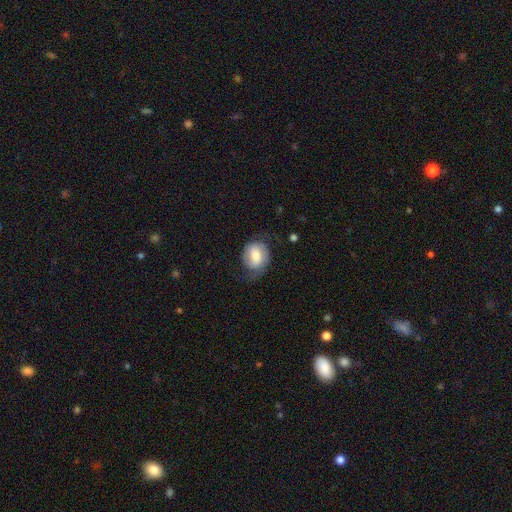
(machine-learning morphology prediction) Smooth or featured? Predicted: smooth (p=0.50). How rounded? Predicted: round (p=0.56). Merging? Predicted: none (p=0.57).